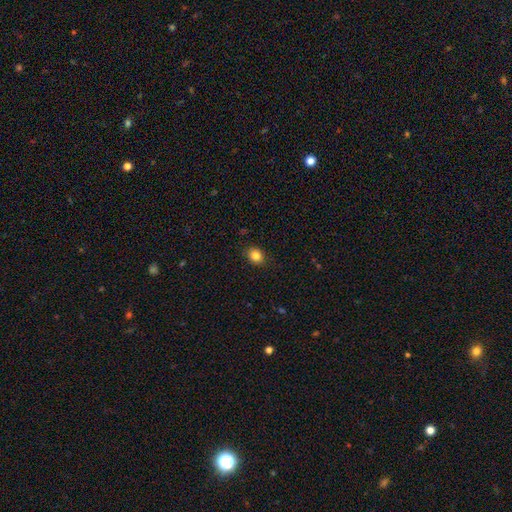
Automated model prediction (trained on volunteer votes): Smooth or featured?
  - smooth: 84% *
  - star or artifact: 11%
  - featured or disk: 5%
How rounded?
  - round: 58% *
  - in between: 41%
  - cigar-shaped: 1%
Merging?
  - none: 87% *
  - minor disturbance: 10%
  - major disturbance: 2%
  - merger: 1%